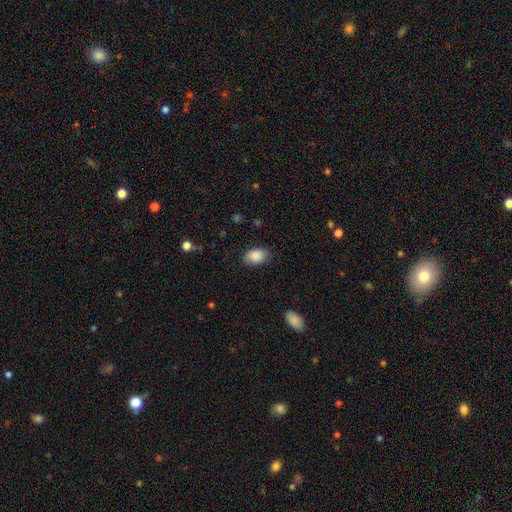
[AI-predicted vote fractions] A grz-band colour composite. It shows a smooth galaxy with no disk features (89%) that is in between round and cigar-shaped (85%). Merging: none (82%).